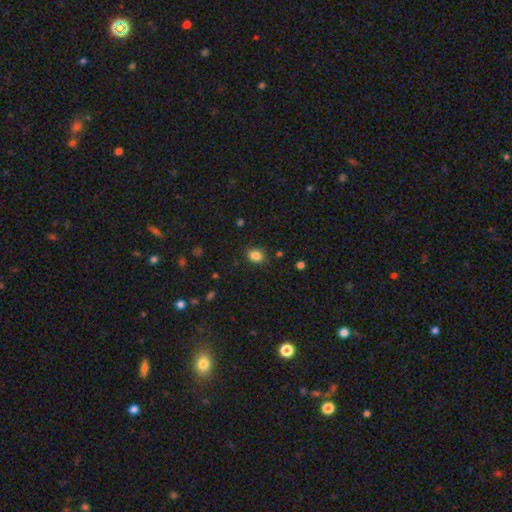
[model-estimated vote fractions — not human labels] smooth_or_featured: smooth (p=0.85) [alt: star or artifact p=0.10]
how_rounded: in between (p=0.62) [alt: round p=0.37]
merging: none (p=0.85) [alt: minor disturbance p=0.11]